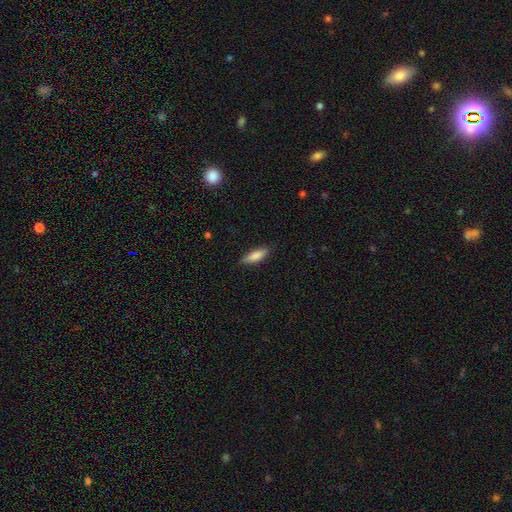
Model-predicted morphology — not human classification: Smooth or featured?
  - smooth: 84% *
  - featured or disk: 10%
  - star or artifact: 6%
How rounded?
  - in between: 53% *
  - cigar-shaped: 46%
  - round: 2%
Merging?
  - none: 84% *
  - minor disturbance: 12%
  - major disturbance: 2%
  - merger: 1%